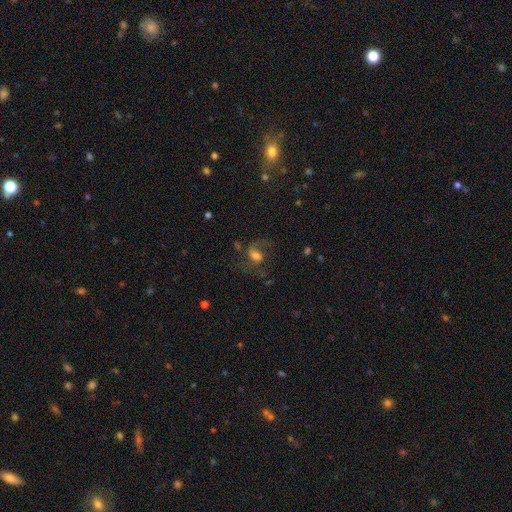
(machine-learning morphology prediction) This appears to be a featured or disk galaxy (52%). Merging: none (51%).